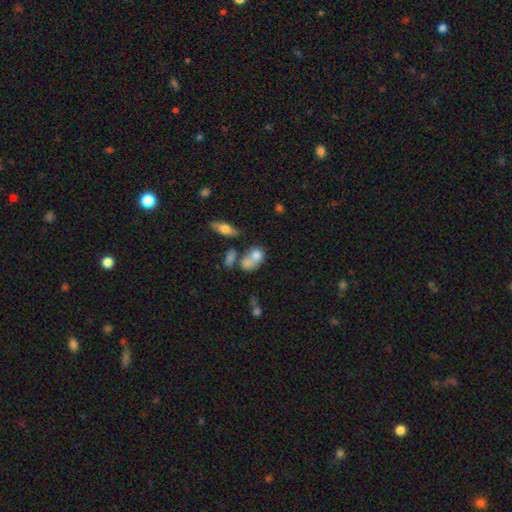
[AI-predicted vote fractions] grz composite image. It shows a smooth galaxy with no disk features (71%) that is in between round and cigar-shaped (57%). Merging: merger (50%).